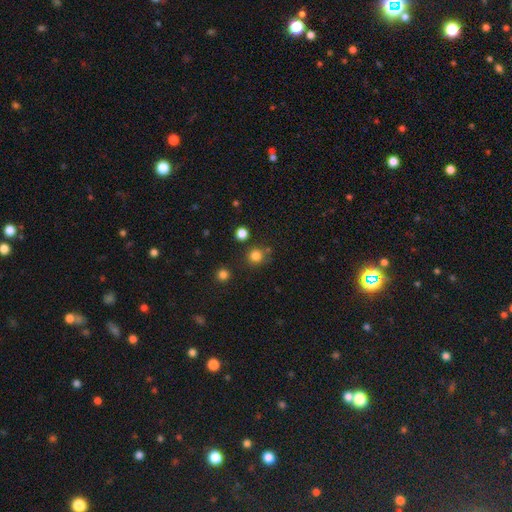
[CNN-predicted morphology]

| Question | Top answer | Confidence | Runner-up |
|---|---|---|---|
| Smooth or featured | smooth | 81% | star or artifact (15%) |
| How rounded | round | 91% | in between (8%) |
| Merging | none | 78% | minor disturbance (10%) |